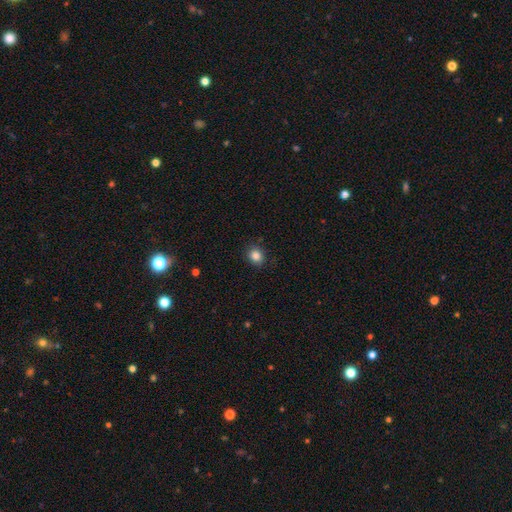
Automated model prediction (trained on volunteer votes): This is clearly a smooth galaxy (85%). How rounded: likely round (70%). Merging: clearly none (88%).